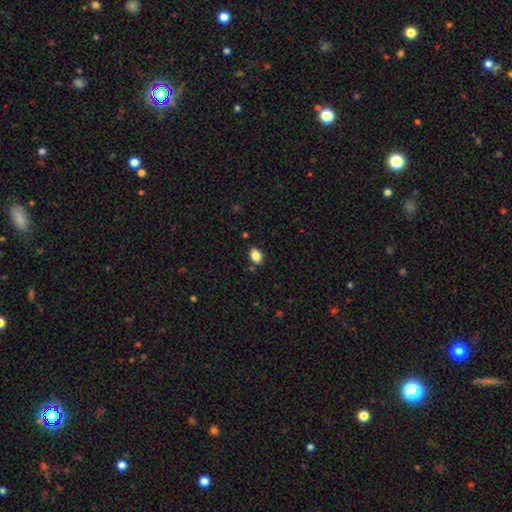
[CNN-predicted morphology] Smooth or featured? smooth (85%)
How rounded? in between (83%)
Merging? none (82%)